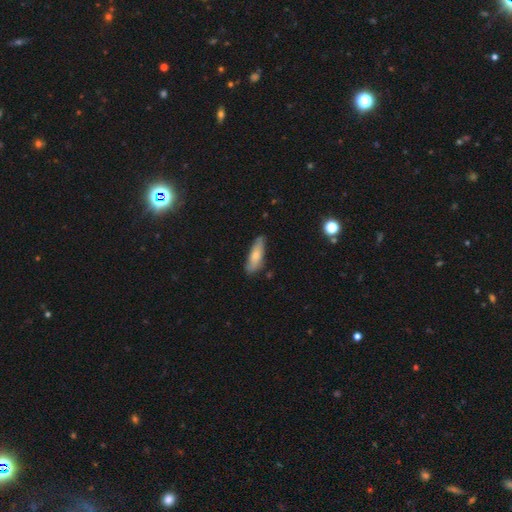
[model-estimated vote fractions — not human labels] The model was most divided on "how rounded": in between: 51%, cigar-shaped: 47%, round: 2%. More confident: merging — none (73%); smooth or featured — smooth (72%).